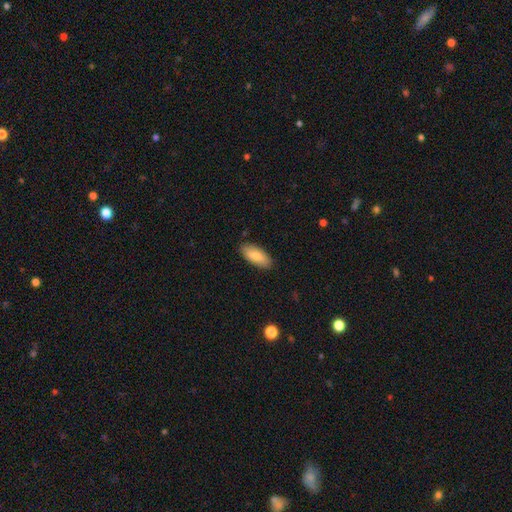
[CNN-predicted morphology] A smooth galaxy with no disk features (83%) that is in between round and cigar-shaped (87%).

Vote fractions:
- Smooth or featured? smooth: 83% / featured or disk: 11% / star or artifact: 6%
- How rounded? in between: 87% / cigar-shaped: 12% / round: 2%
- Merging? none: 87% / minor disturbance: 10% / major disturbance: 2% / merger: 1%